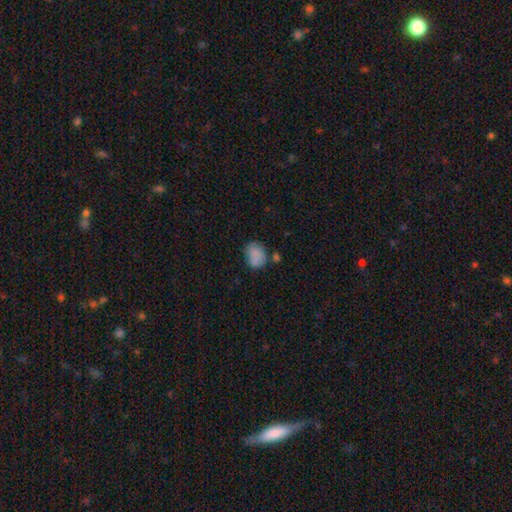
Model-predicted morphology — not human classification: smooth 82%, star or artifact 10%, featured or disk 8%. Down the decision tree: how rounded — in between (64%); merging — none (57%).